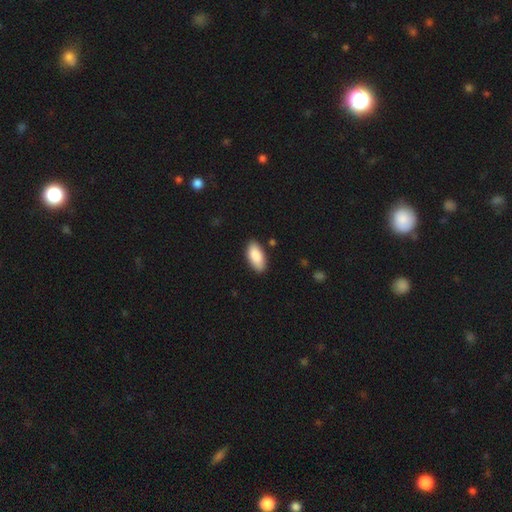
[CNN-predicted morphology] The model was most divided on "merging": none: 85%, minor disturbance: 12%, major disturbance: 2%, merger: 2%. More confident: how rounded — in between (91%); smooth or featured — smooth (88%).